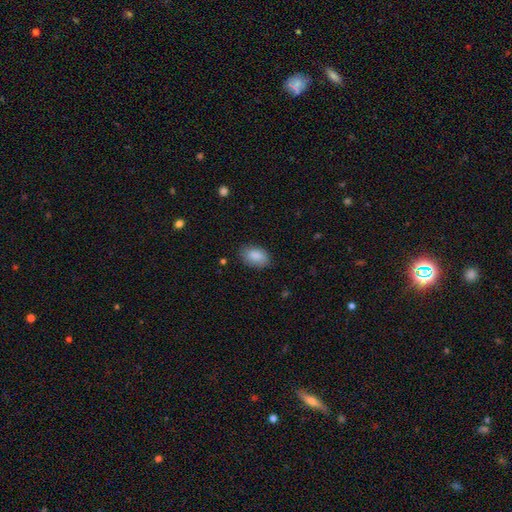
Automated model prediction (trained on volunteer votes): This appears to be a smooth galaxy with no disk features (88%) that is in between round and cigar-shaped (89%). Merging: none (83%).